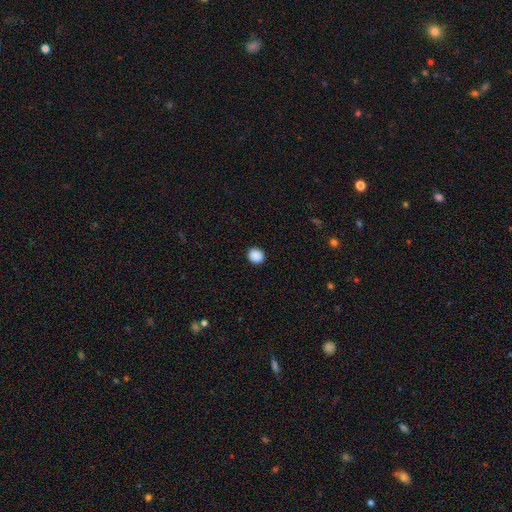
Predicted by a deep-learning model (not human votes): Smooth or featured? Predicted: smooth (p=0.89). How rounded? Predicted: round (p=0.78). Merging? Predicted: none (p=0.92).